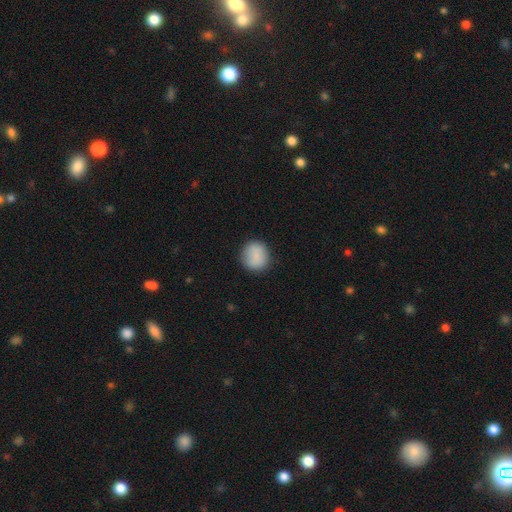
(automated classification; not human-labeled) Overall: smooth (86%). How rounded: round (87%). Merging: none (86%).